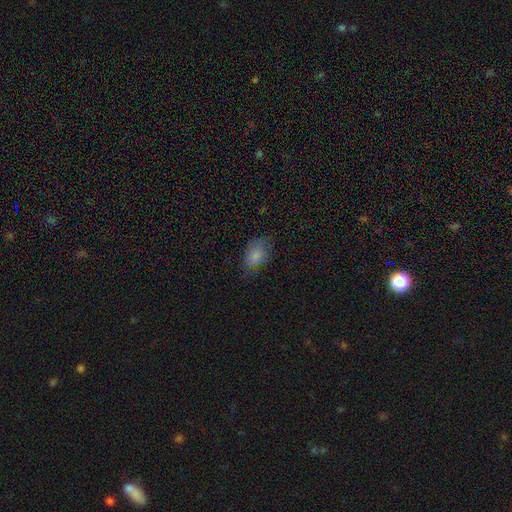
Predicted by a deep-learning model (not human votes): Smooth or featured? smooth (82%)
How rounded? in between (88%)
Merging? none (65%)